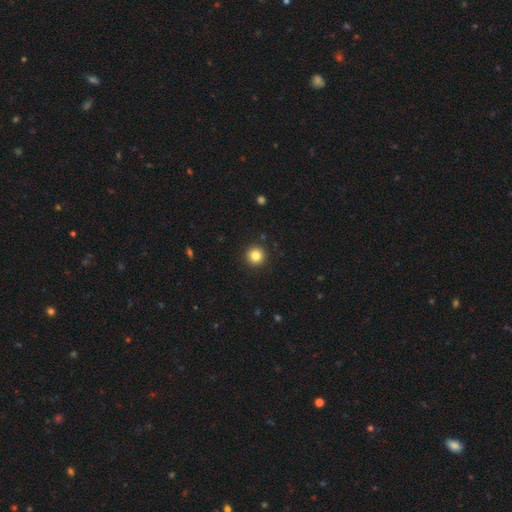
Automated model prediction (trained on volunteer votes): Overall: smooth (83%). How rounded: round (96%). Merging: none (93%).